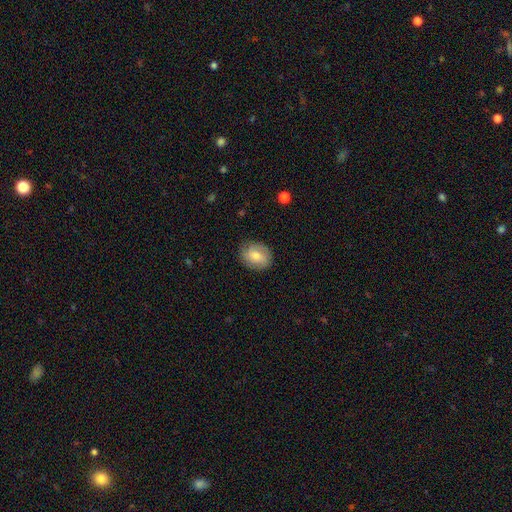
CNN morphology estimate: This appears to be a smooth galaxy with no disk features (58%) that is in between round and cigar-shaped (50%). Merging: none (83%).